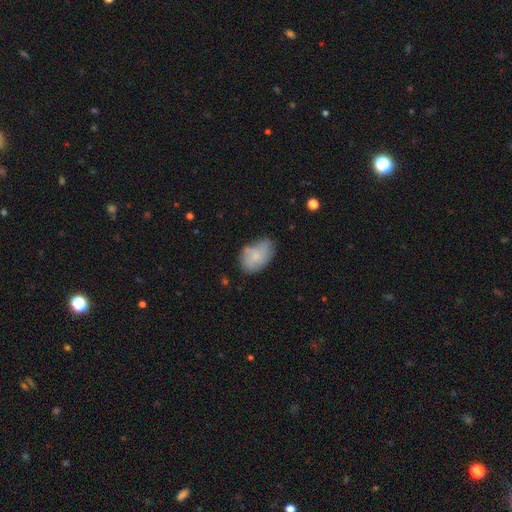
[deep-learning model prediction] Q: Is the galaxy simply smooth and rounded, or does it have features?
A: smooth — 67%.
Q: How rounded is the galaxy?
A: in between — 87%.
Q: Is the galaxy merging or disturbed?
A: none — 51%.